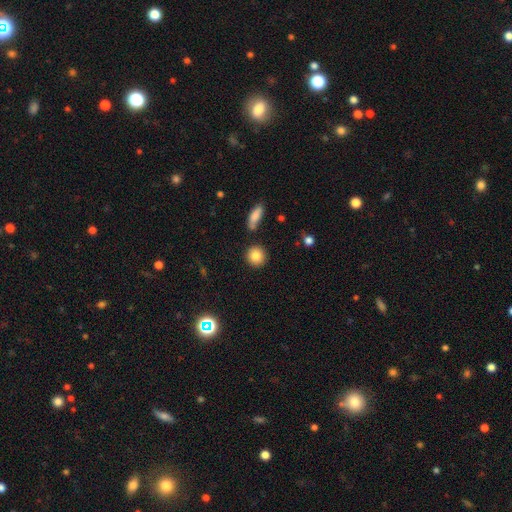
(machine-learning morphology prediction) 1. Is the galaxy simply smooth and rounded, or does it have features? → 84% smooth, 9% star or artifact, 8% featured or disk.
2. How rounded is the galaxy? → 90% round, 9% in between, 1% cigar-shaped.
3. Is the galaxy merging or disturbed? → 87% none, 7% minor disturbance, 4% merger, 2% major disturbance.